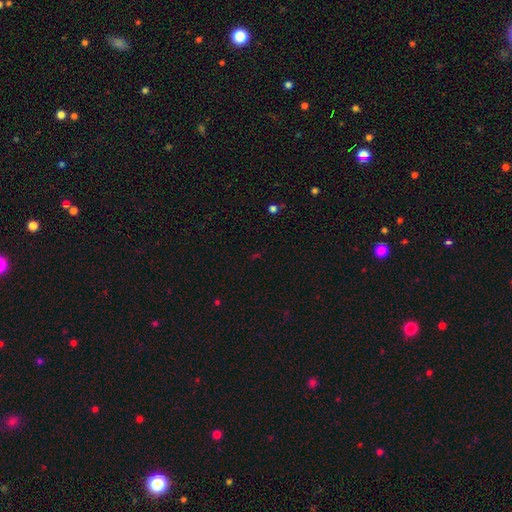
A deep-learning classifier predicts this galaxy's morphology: Q: Smooth or featured?
A: star or artifact (66%); runner-up: smooth (26%)